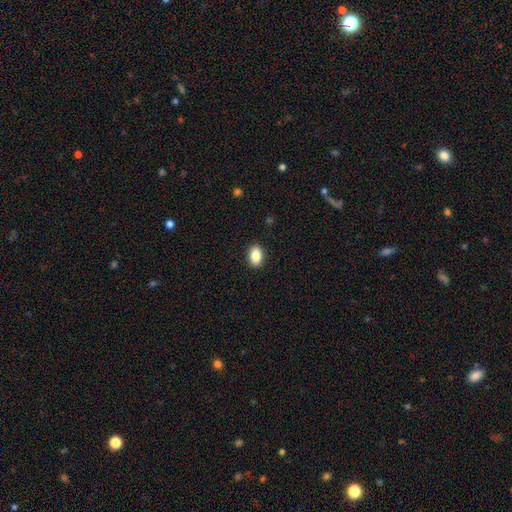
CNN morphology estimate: Smooth or featured?
  - smooth: 86% *
  - star or artifact: 8%
  - featured or disk: 6%
How rounded?
  - in between: 87% *
  - round: 11%
  - cigar-shaped: 2%
Merging?
  - none: 90% *
  - minor disturbance: 8%
  - major disturbance: 2%
  - merger: 1%